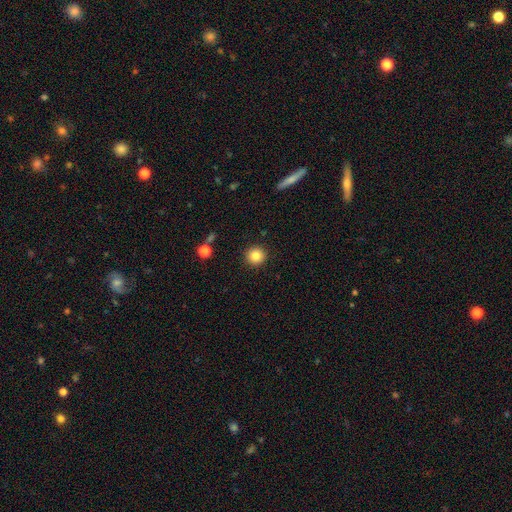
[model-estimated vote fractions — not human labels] The model was most divided on "smooth or featured": smooth: 84%, star or artifact: 10%, featured or disk: 6%. More confident: how rounded — round (94%); merging — none (92%).